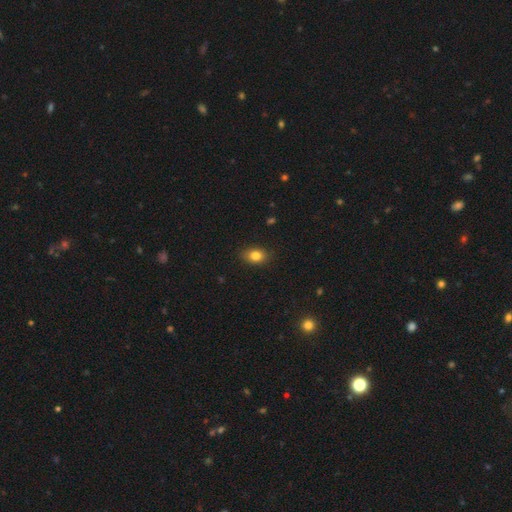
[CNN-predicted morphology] This appears to be a smooth galaxy with no disk features (82%) that is in between round and cigar-shaped (73%). Merging: none (86%).